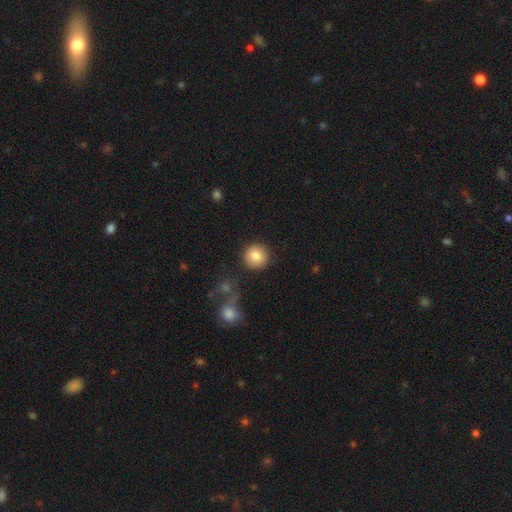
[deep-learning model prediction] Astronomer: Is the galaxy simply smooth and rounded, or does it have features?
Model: smooth — 84%.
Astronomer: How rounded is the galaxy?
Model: round — 94%.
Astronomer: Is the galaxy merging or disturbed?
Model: none — 89%.